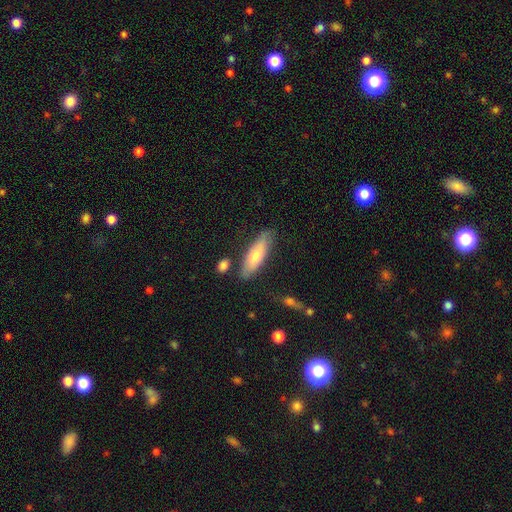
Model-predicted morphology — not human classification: Smooth or featured? Predicted: smooth (p=0.67). How rounded? Predicted: cigar-shaped (p=0.56). Merging? Predicted: none (p=0.78).